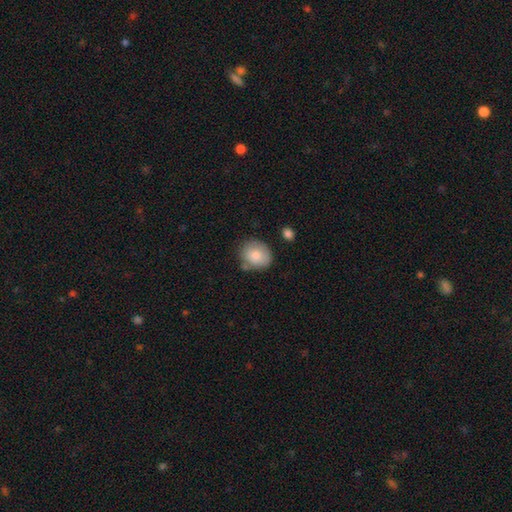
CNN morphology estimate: type=smooth (82%); roundness=round (67%); merging=none (67%).